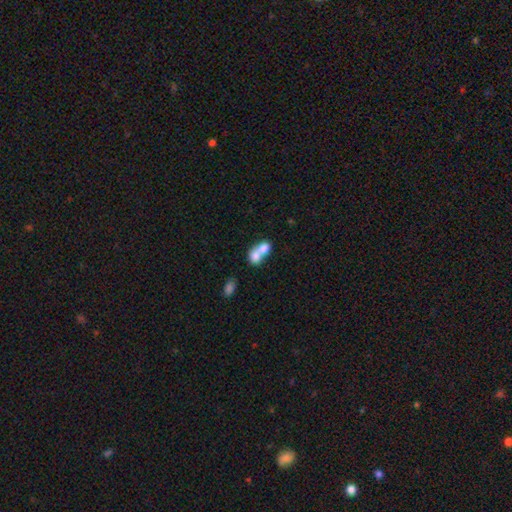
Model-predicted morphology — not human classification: Overall: smooth (72%). How rounded: in between (55%; round 43%). Merging: merger (77%).